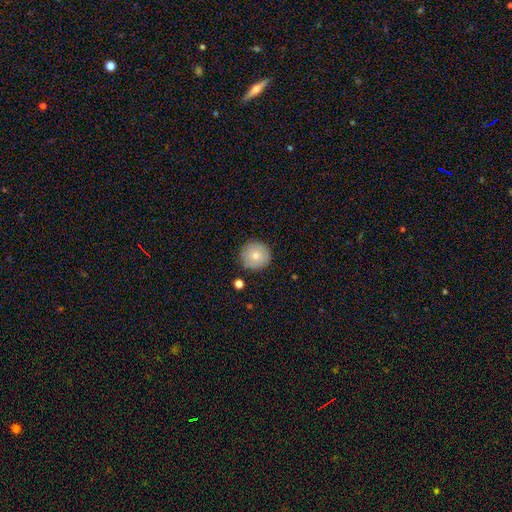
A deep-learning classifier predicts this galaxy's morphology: Smooth or featured? Predicted: smooth (p=0.75). How rounded? Predicted: round (p=0.94). Merging? Predicted: none (p=0.84).